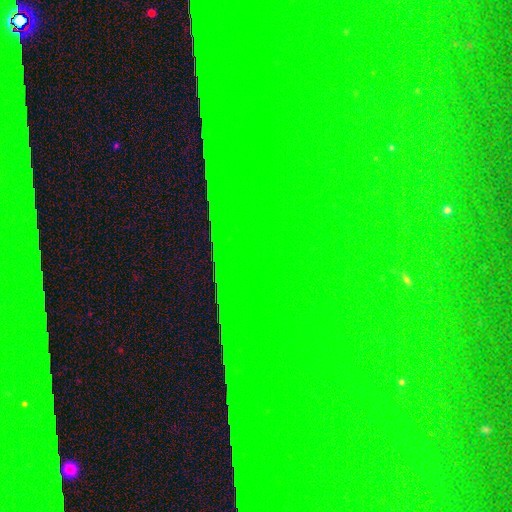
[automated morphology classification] This appears to be a star or artifact, not a galaxy (86%).